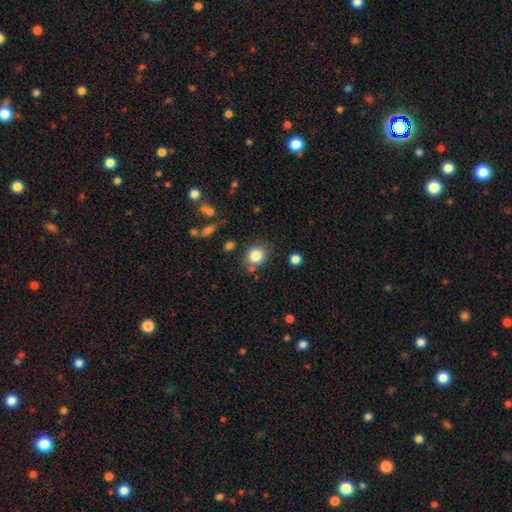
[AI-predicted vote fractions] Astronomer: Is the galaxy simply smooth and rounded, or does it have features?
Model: smooth — 84%.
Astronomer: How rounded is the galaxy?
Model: round — 73%.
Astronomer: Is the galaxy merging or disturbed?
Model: none — 77%.